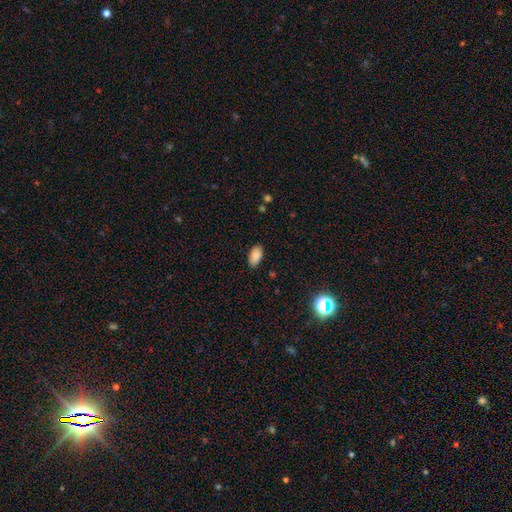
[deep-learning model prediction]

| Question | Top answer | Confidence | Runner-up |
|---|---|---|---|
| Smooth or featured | smooth | 88% | star or artifact (8%) |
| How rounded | in between | 94% | round (3%) |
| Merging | none | 85% | minor disturbance (11%) |